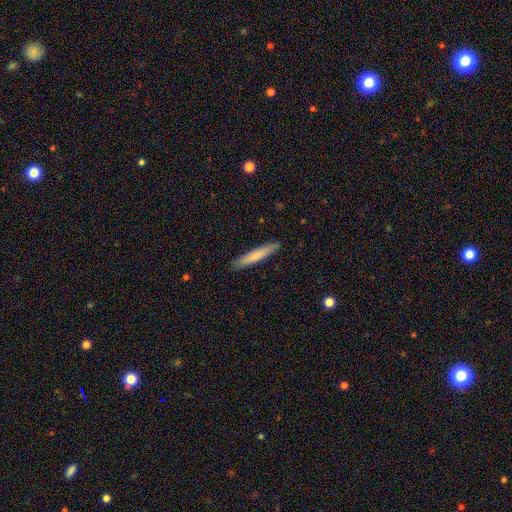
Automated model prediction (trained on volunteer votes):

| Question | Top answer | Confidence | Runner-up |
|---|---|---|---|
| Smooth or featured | smooth | 75% | featured or disk (20%) |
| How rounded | cigar-shaped | 93% | in between (6%) |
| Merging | none | 91% | minor disturbance (7%) |